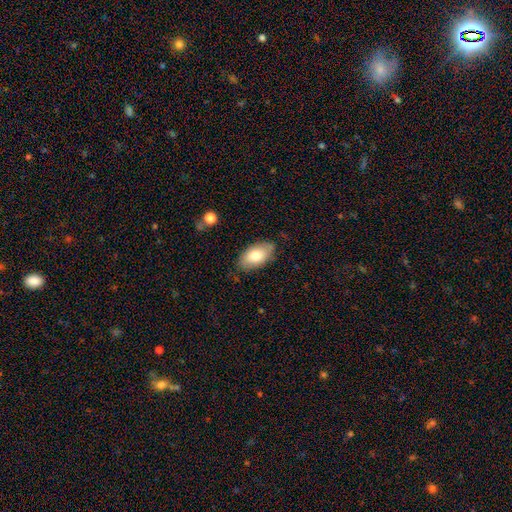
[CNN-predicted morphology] A smooth galaxy with no disk features (78%) that is in between round and cigar-shaped (94%). Merging: none (80%).